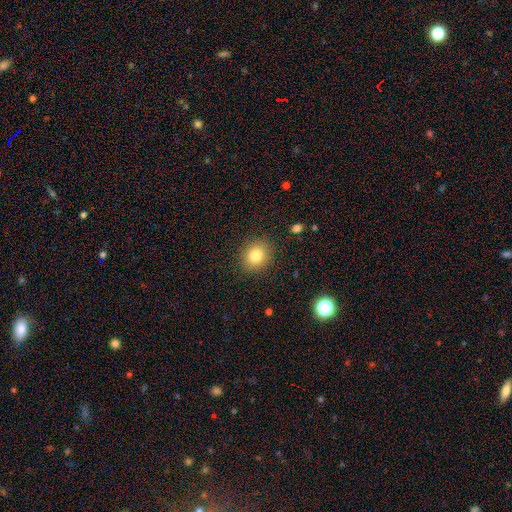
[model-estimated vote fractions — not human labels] Smooth or featured? smooth (82%)
How rounded? round (69%)
Merging? none (88%)